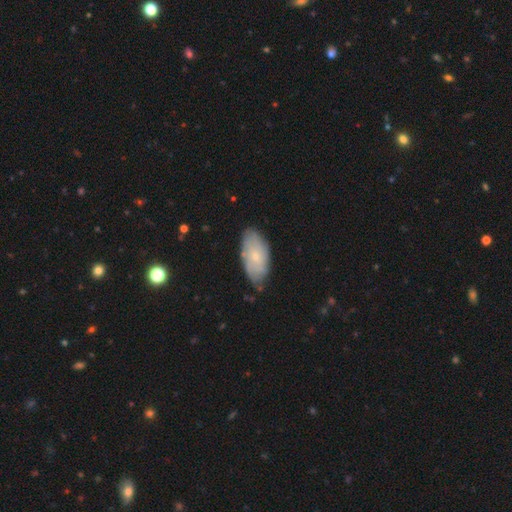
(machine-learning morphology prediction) Overall: smooth (50%; featured or disk 43%). How rounded: in between (93%). Merging: none (73%).